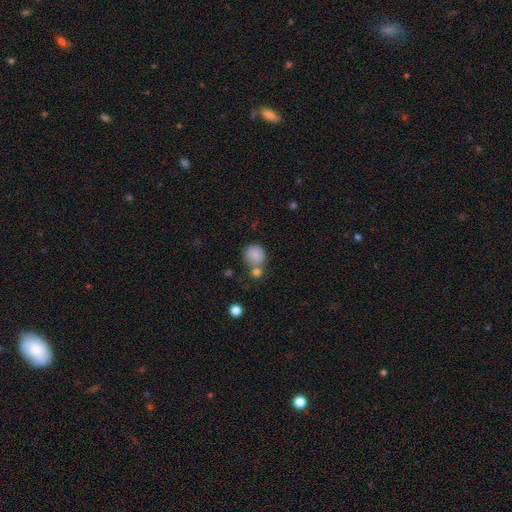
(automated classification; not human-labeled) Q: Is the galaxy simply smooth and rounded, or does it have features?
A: smooth — 83%.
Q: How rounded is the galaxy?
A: round — 85%.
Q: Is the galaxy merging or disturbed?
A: none — 54%.